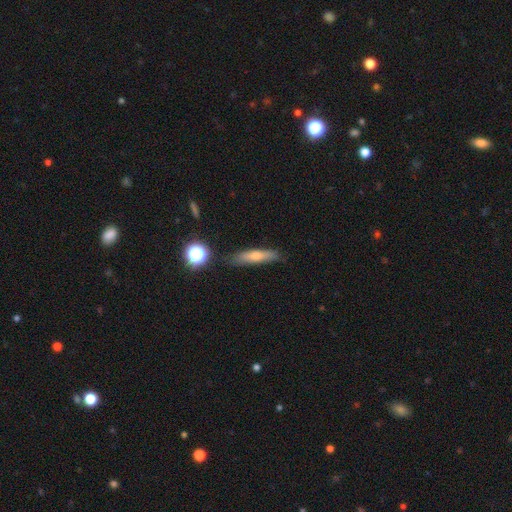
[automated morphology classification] smooth 61%, featured or disk 29%, star or artifact 10%. Down the decision tree: how rounded — cigar-shaped (79%); merging — none (83%).